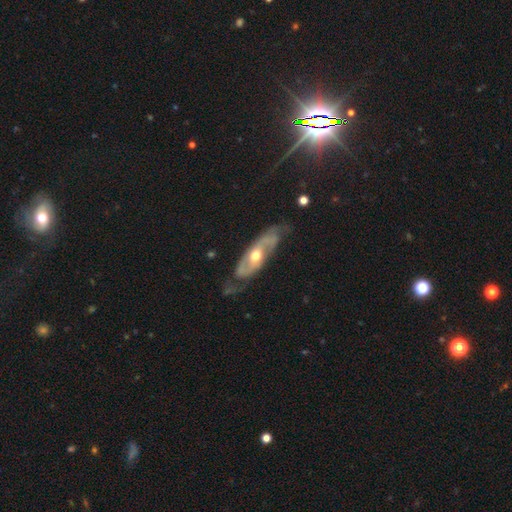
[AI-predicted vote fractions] This appears to be a featured or disk galaxy (72%) with no bar (71%), spiral arms (70%) and a moderate central bulge (75%). Merging: none (59%).